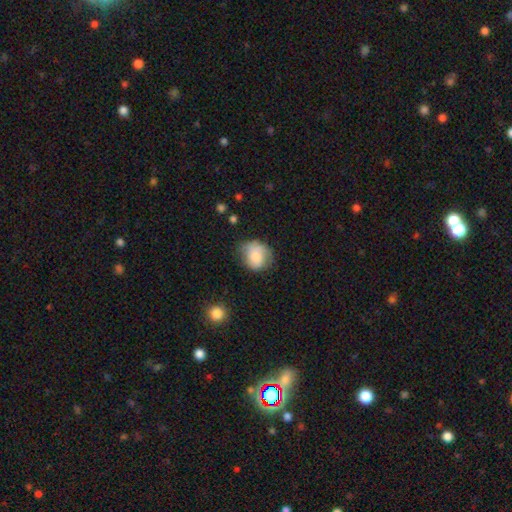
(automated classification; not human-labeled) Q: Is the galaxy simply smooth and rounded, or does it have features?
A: smooth — 76%.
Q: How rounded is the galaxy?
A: round — 68%.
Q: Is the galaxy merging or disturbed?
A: none — 56%.